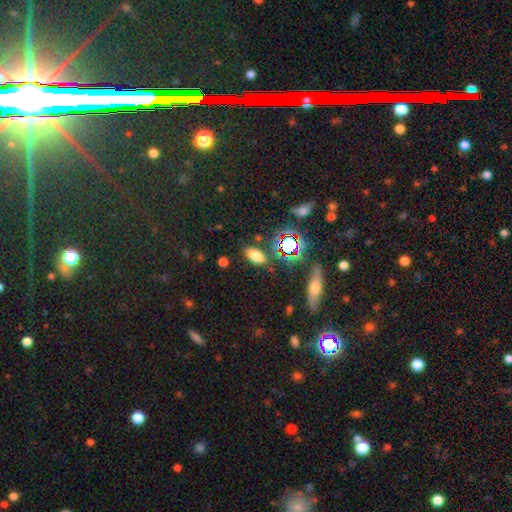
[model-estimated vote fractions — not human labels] A smooth galaxy with no disk features (72%) that is in between round and cigar-shaped (86%).

Vote fractions:
- Smooth or featured? smooth: 72% / star or artifact: 18% / featured or disk: 10%
- How rounded? in between: 86% / cigar-shaped: 7% / round: 6%
- Merging? none: 83% / minor disturbance: 10% / major disturbance: 3% / merger: 3%